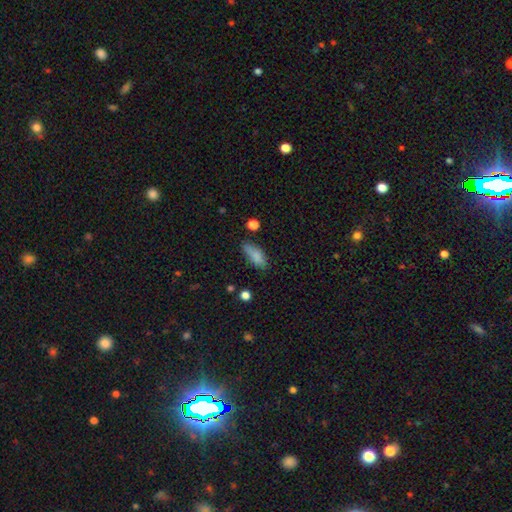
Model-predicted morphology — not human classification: smooth-or-featured: smooth: 83% | featured or disk: 8% | star or artifact: 8%
  how-rounded: in between: 73% | cigar-shaped: 24% | round: 3%
  merging: none: 71% | minor disturbance: 20% | major disturbance: 5% | merger: 3%